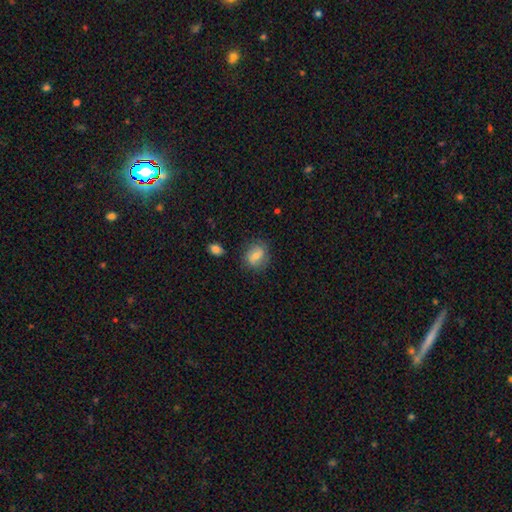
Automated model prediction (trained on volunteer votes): smooth 71%, featured or disk 20%, star or artifact 8%. Down the decision tree: how rounded — in between (54%); merging — none (76%).